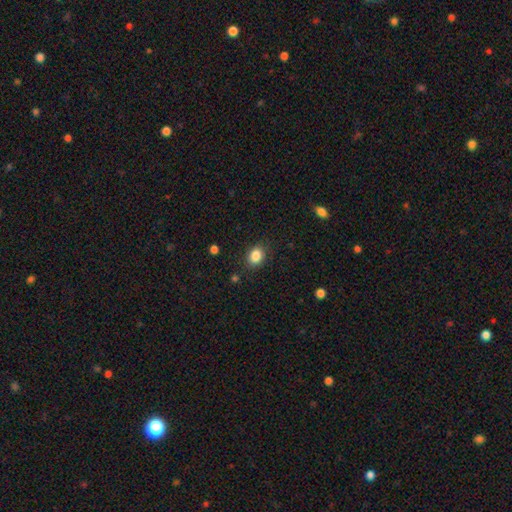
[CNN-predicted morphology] This is clearly a smooth galaxy (86%). How rounded: possibly in between (57%). Merging: clearly none (85%).